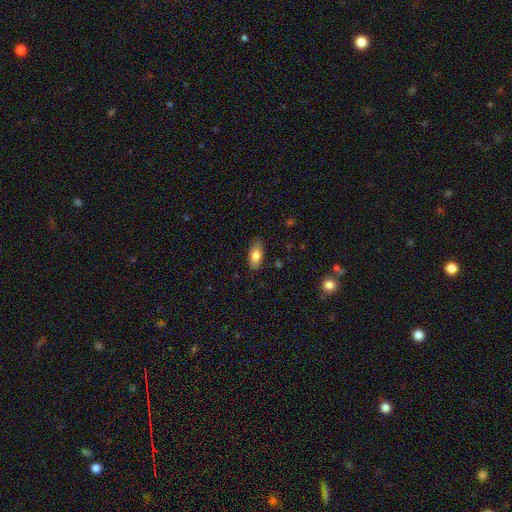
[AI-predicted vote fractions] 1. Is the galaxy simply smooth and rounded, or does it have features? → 80% smooth, 14% featured or disk, 7% star or artifact.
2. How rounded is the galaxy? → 85% in between, 11% cigar-shaped, 3% round.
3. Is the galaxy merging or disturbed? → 84% none, 12% minor disturbance, 3% major disturbance, 1% merger.